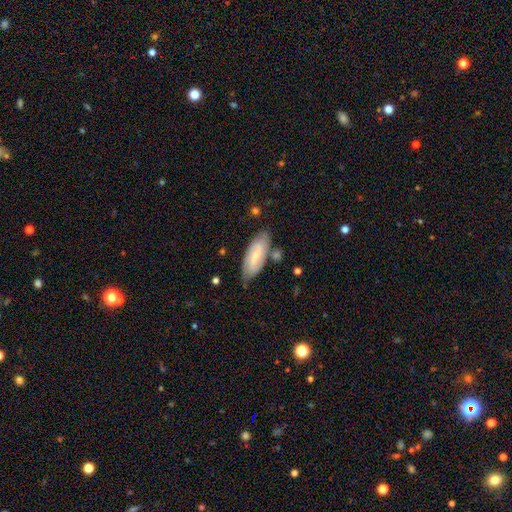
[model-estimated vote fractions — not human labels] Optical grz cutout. It shows a smooth galaxy with no disk features (49%). Merging: none (73%).